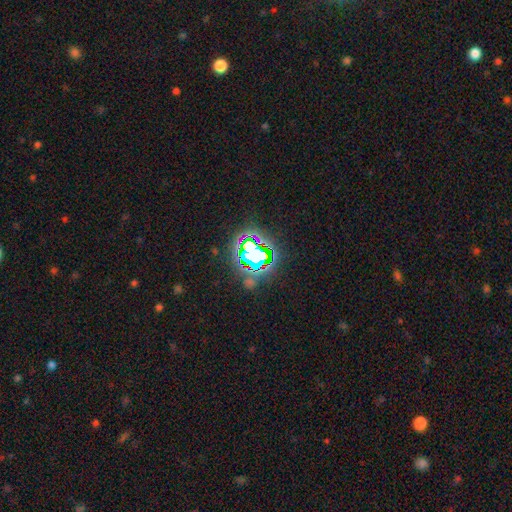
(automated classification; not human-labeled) Morphology: type=star or artifact (68%).